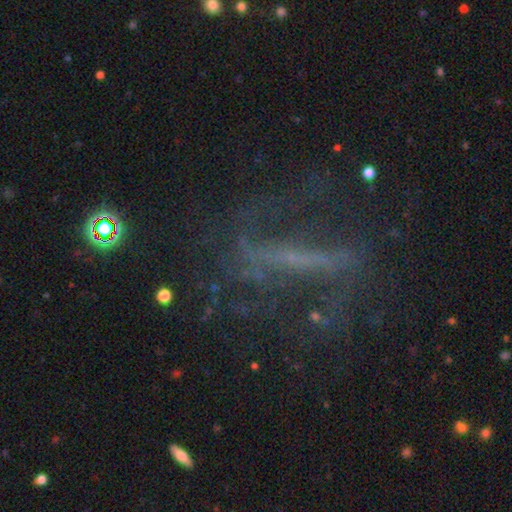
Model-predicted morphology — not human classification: Smooth or featured?
  - featured or disk: 66% *
  - star or artifact: 21%
  - smooth: 13%
Edge-on disk?
  - no: 67% *
  - yes: 33%
Merging?
  - none: 60% *
  - major disturbance: 20%
  - minor disturbance: 16%
  - merger: 3%